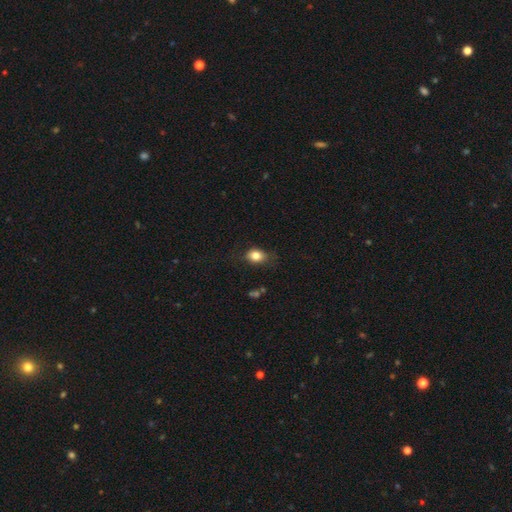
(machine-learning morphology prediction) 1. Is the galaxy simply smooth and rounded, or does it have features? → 82% smooth, 9% star or artifact, 9% featured or disk.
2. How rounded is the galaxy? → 69% in between, 29% round, 1% cigar-shaped.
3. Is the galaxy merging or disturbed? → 71% none, 21% minor disturbance, 7% major disturbance, 2% merger.